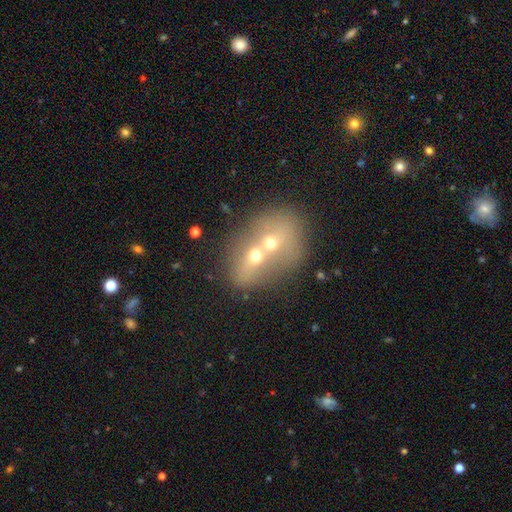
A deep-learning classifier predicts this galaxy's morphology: Overall: smooth (50%; featured or disk 34%). How rounded: round (55%; in between 44%). Merging: merger (77%).